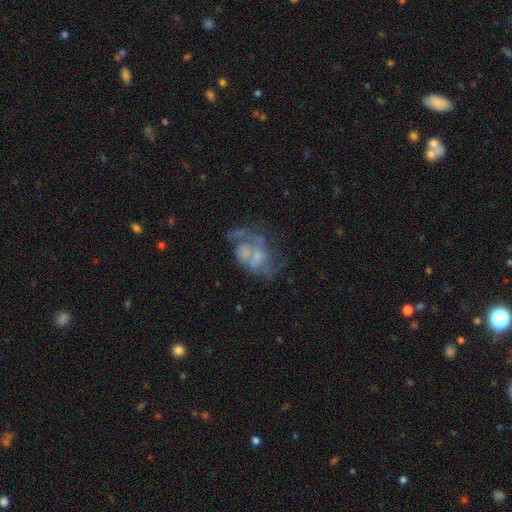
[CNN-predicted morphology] A featured or disk galaxy (68%) with no bar (74%), spiral arms (55%) and no central bulge (42%). Merging: major disturbance (36%).